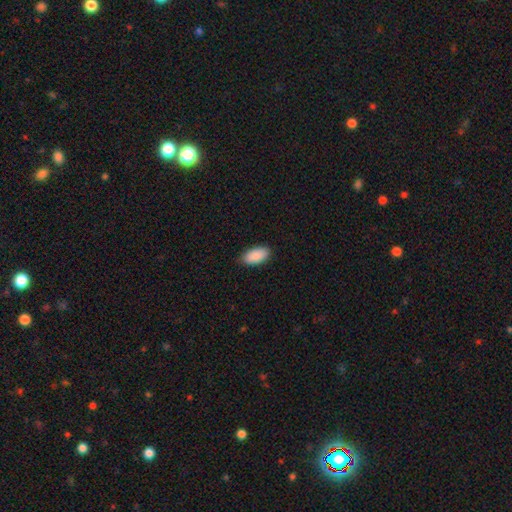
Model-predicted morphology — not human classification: This appears to be a smooth galaxy with no disk features (89%) that is in between round and cigar-shaped (94%). Merging: none (85%).